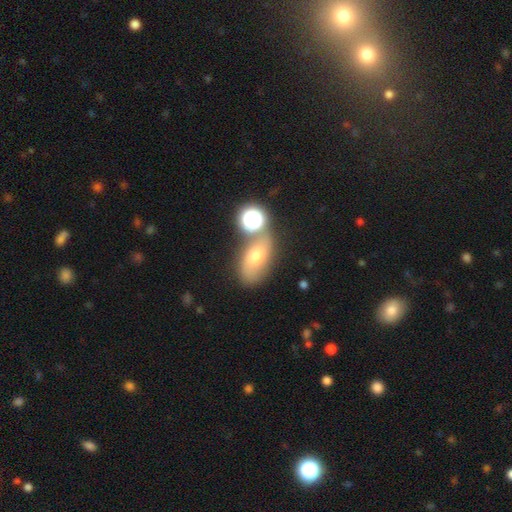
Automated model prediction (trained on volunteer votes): A smooth galaxy with no disk features (52%) that is in between round and cigar-shaped (77%).

Vote fractions:
- Smooth or featured? smooth: 52% / featured or disk: 30% / star or artifact: 18%
- How rounded? in between: 77% / round: 19% / cigar-shaped: 4%
- Merging? none: 57% / merger: 19% / minor disturbance: 17% / major disturbance: 7%